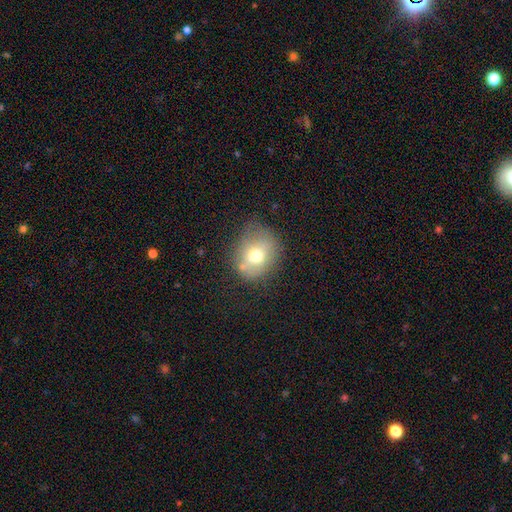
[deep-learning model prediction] A smooth galaxy with no disk features (65%) that is round (59%). Merging: none (65%).